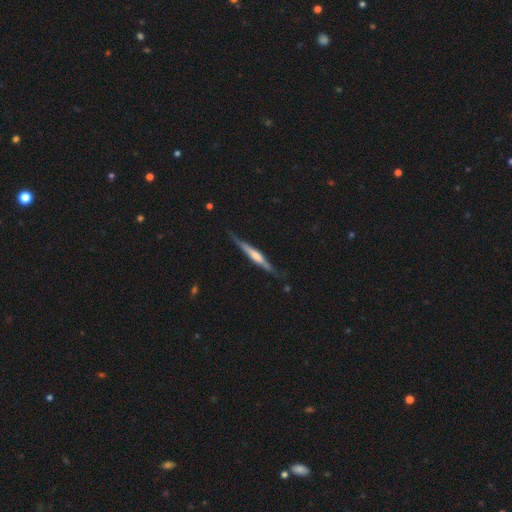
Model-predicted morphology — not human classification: smooth_or_featured: featured or disk (p=0.69) [alt: smooth p=0.25]
disk_edge_on: yes (p=0.95) [alt: no p=0.05]
edge_on_bulge: rounded (p=0.55) [alt: boxy p=0.25]
merging: none (p=0.76) [alt: minor disturbance p=0.18]